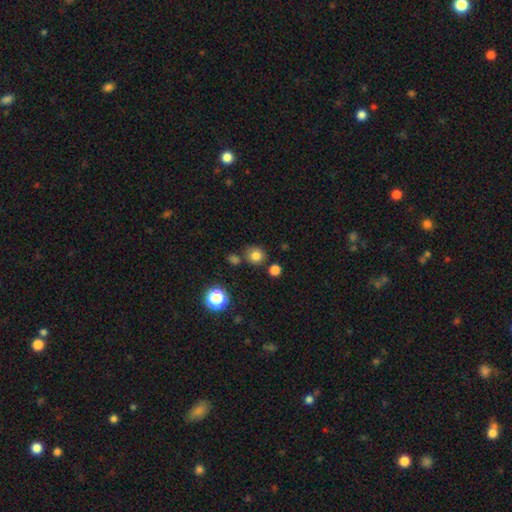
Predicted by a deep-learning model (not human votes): Q: Smooth or featured?
A: smooth (79%); runner-up: star or artifact (15%)
Q: How rounded?
A: round (86%); runner-up: in between (13%)
Q: Merging?
A: none (75%); runner-up: minor disturbance (12%)